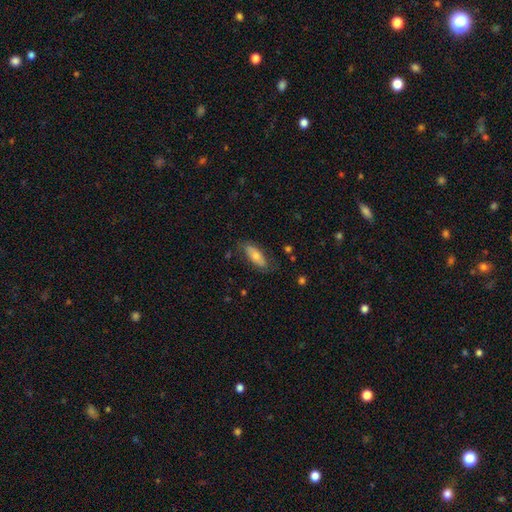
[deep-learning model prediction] smooth_or_featured: smooth (p=0.61) [alt: featured or disk p=0.32]
how_rounded: in between (p=0.71) [alt: cigar-shaped p=0.27]
merging: none (p=0.75) [alt: minor disturbance p=0.18]